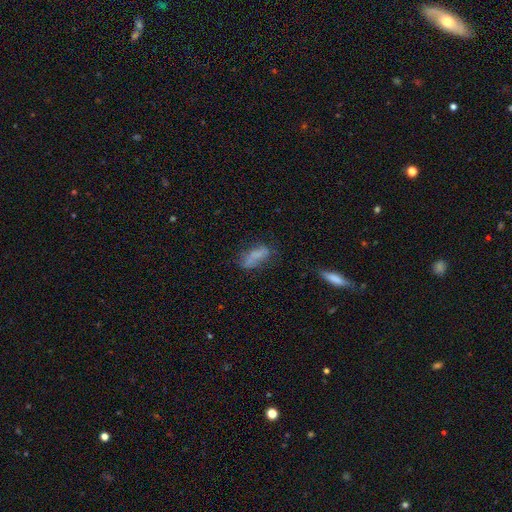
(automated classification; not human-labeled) Smooth or featured? smooth (60%)
How rounded? in between (74%)
Merging? none (47%)